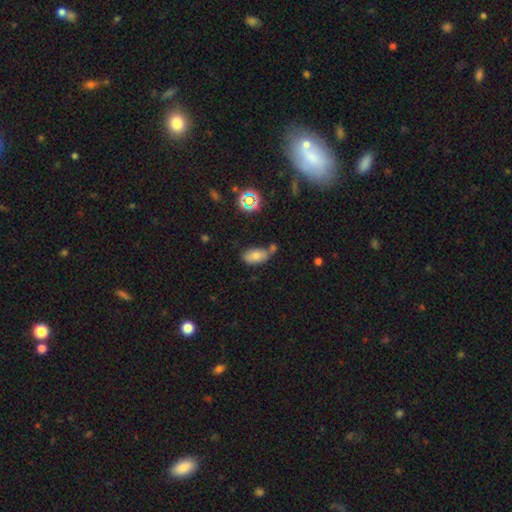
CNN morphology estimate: smooth 75%, featured or disk 13%, star or artifact 12%. Down the decision tree: how rounded — in between (92%); merging — none (55%).